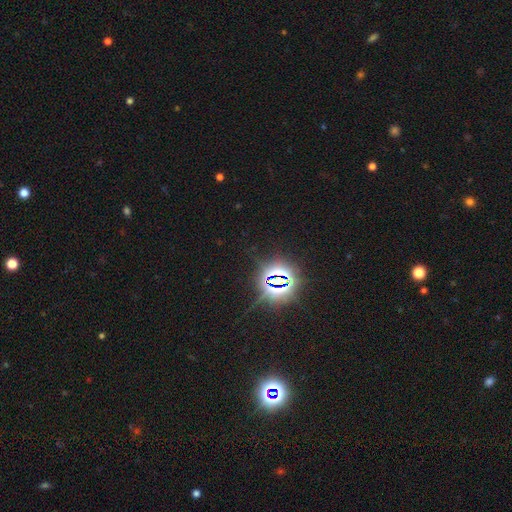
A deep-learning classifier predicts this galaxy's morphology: A star or artifact, not a galaxy (83%).